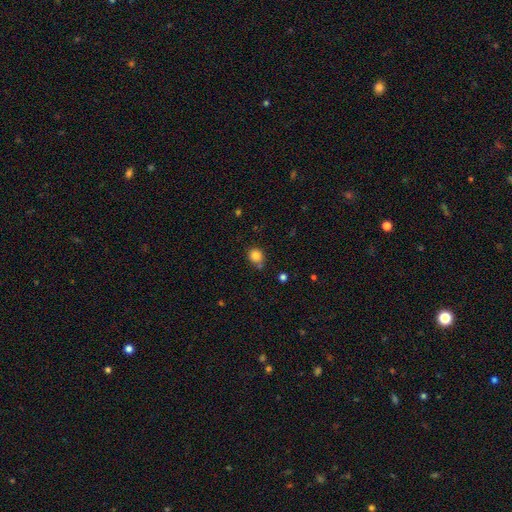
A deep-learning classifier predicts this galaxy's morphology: Smooth or featured? smooth (84%)
How rounded? round (79%)
Merging? none (68%)